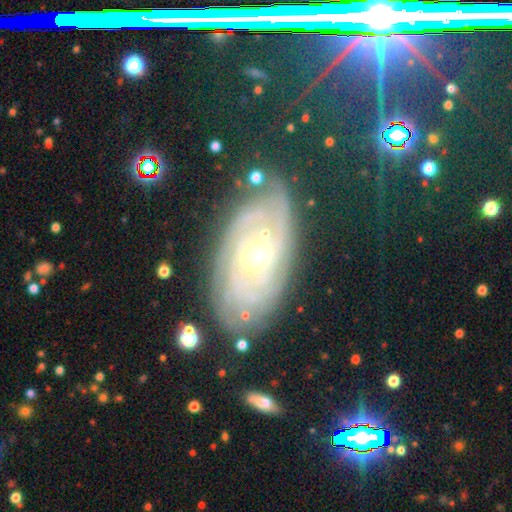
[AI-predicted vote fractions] This is clearly a featured or disk galaxy (81%). It is clearly not viewed edge-on (90%). Bar: possibly no (47%). Spiral arm pattern: likely yes (73%). Spiral arm count: possibly can't tell (45%). Spiral winding: likely tight (65%). Central bulge: likely moderate (71%). Merging: likely none (72%).